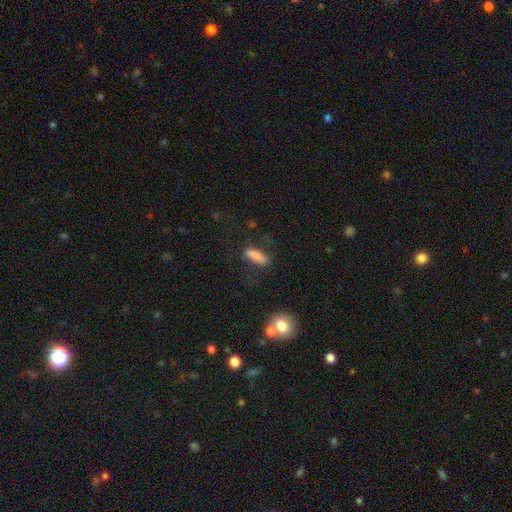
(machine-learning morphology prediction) Overall: smooth (82%). How rounded: cigar-shaped (49%; in between 48%). Merging: none (69%).